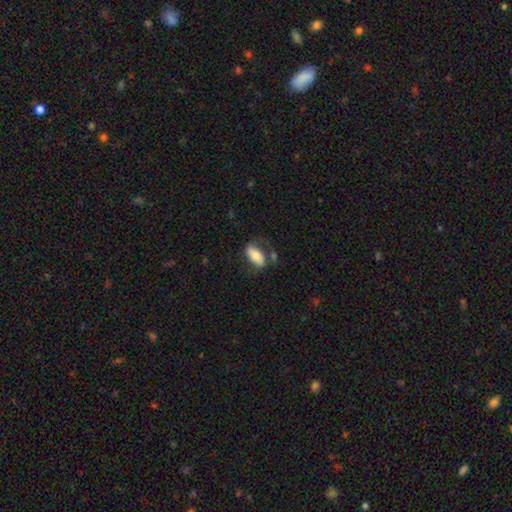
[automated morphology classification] Smooth or featured? Predicted: smooth (p=0.63). How rounded? Predicted: in between (p=0.88). Merging? Predicted: none (p=0.54).